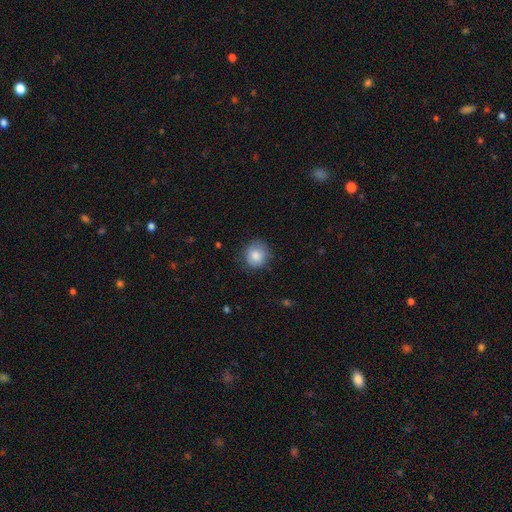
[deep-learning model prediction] Q: Smooth or featured?
A: smooth (82%); runner-up: featured or disk (10%)
Q: How rounded?
A: round (84%); runner-up: in between (15%)
Q: Merging?
A: none (76%); runner-up: minor disturbance (18%)